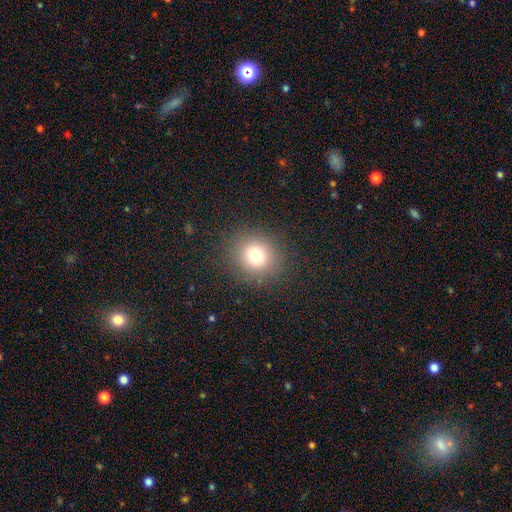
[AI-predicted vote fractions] Q: Smooth or featured?
A: smooth (75%); runner-up: star or artifact (16%)
Q: How rounded?
A: round (85%); runner-up: in between (14%)
Q: Merging?
A: none (88%); runner-up: minor disturbance (7%)